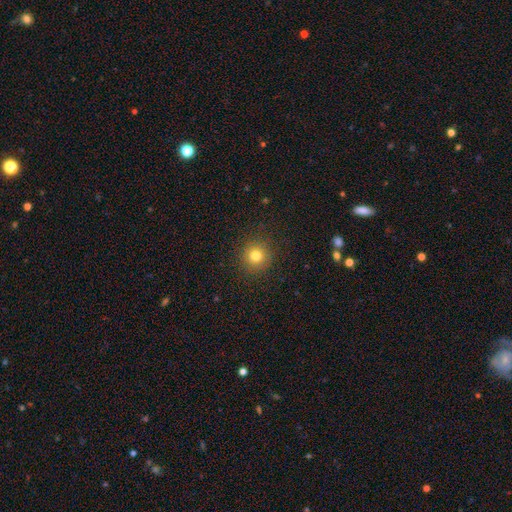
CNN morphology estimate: Smooth or featured: smooth — 79% (star or artifact — 14%)
How rounded: round — 95% (in between — 4%)
Merging: none — 91% (minor disturbance — 6%)